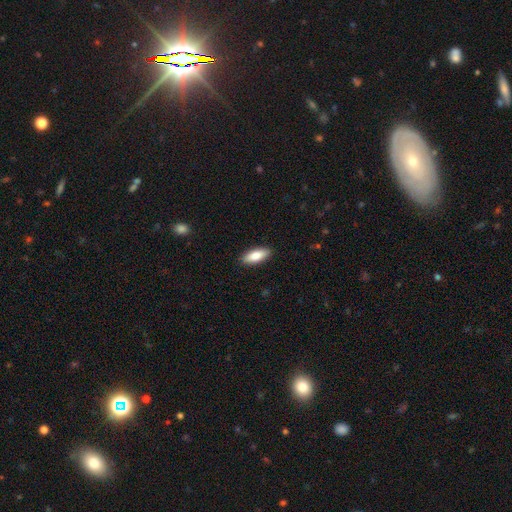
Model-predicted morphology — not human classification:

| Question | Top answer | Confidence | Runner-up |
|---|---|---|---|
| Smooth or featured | smooth | 83% | featured or disk (11%) |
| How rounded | in between | 75% | cigar-shaped (23%) |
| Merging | none | 90% | minor disturbance (8%) |